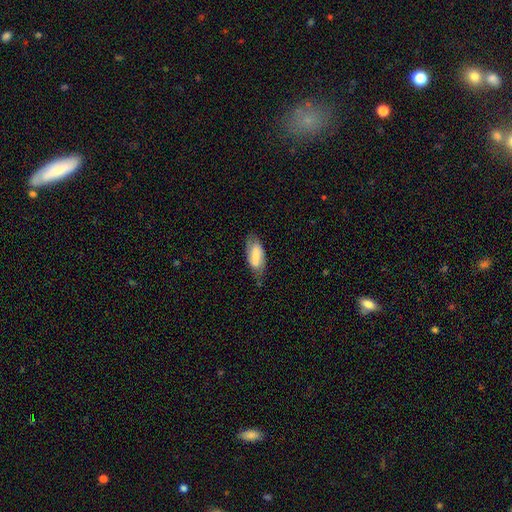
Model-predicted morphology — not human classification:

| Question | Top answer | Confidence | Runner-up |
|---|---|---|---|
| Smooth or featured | smooth | 62% | featured or disk (31%) |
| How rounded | in between | 85% | cigar-shaped (13%) |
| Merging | none | 64% | minor disturbance (26%) |